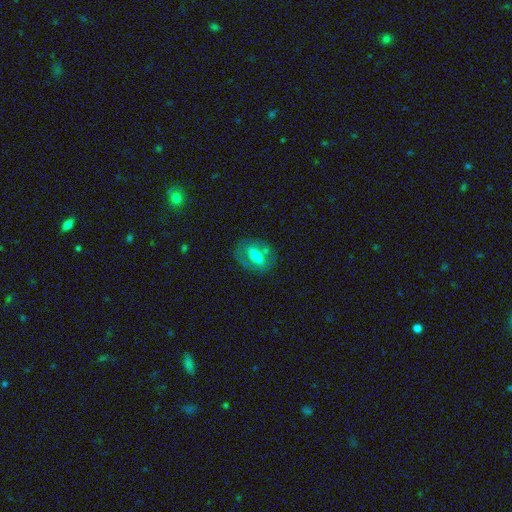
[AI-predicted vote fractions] The model was most divided on "smooth or featured": featured or disk: 48%, smooth: 44%, star or artifact: 8%. More confident: merging — none (71%).